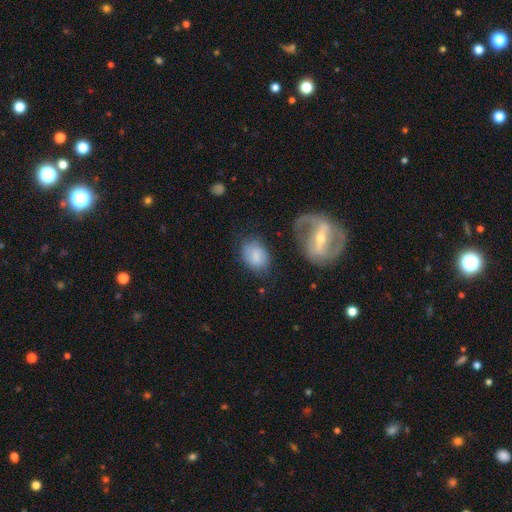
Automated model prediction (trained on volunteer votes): This appears to be a smooth galaxy with no disk features (73%) that is in between round and cigar-shaped (66%). Merging: none (63%).